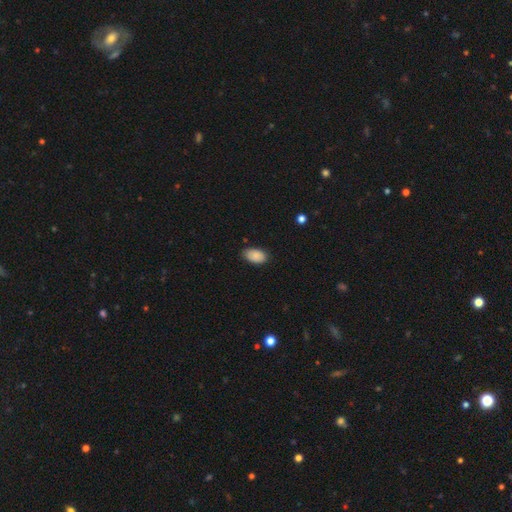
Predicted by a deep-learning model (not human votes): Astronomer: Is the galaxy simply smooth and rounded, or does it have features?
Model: smooth — 88%.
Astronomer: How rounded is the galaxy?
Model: in between — 94%.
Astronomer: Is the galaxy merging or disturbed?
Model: none — 80%.